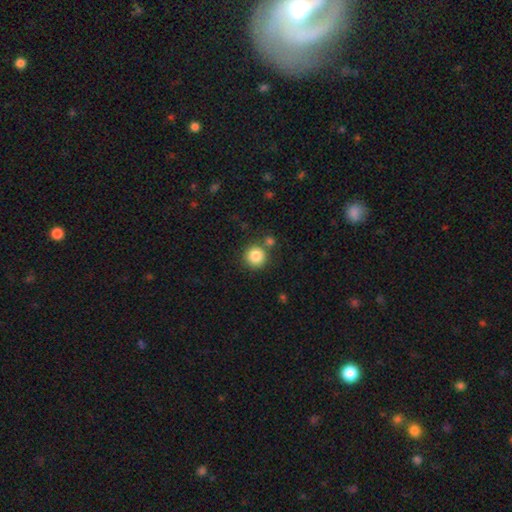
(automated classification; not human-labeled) smooth_or_featured: smooth (p=0.85) [alt: star or artifact p=0.10]
how_rounded: round (p=0.94) [alt: in between p=0.05]
merging: none (p=0.78) [alt: merger p=0.11]